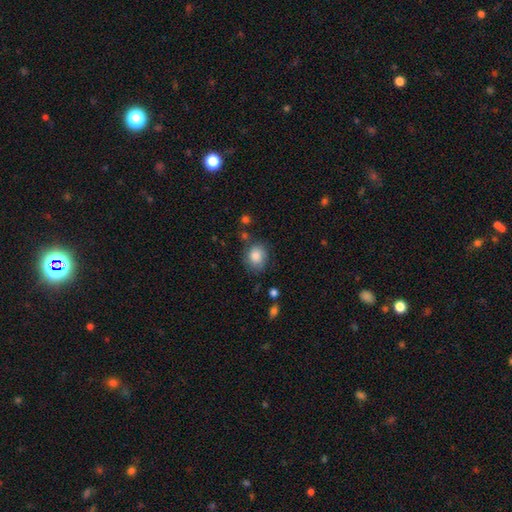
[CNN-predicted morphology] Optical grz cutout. It shows a smooth galaxy with no disk features (84%) that is round (68%). Merging: none (73%).